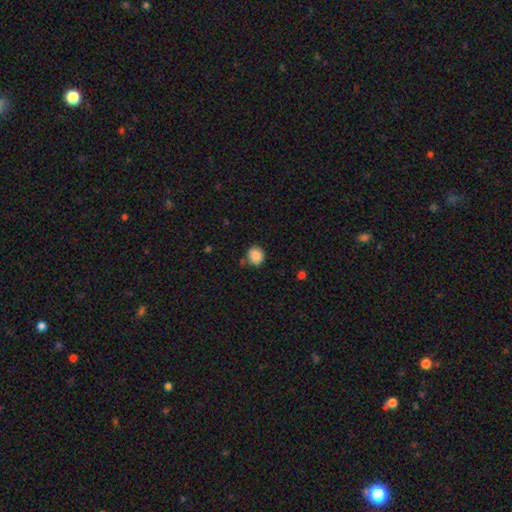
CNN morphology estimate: Smooth or featured: smooth — 88% (star or artifact — 9%)
How rounded: round — 78% (in between — 21%)
Merging: none — 74% (minor disturbance — 17%)